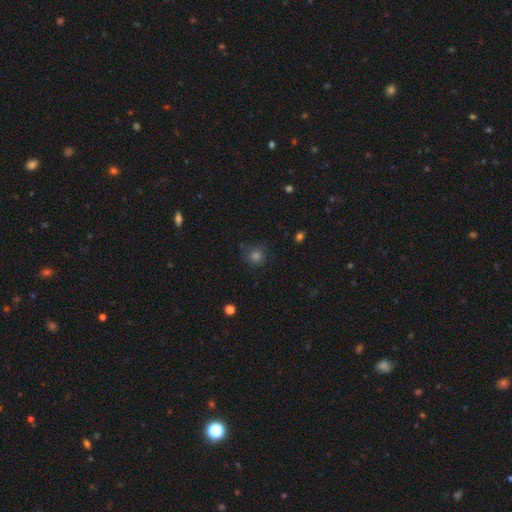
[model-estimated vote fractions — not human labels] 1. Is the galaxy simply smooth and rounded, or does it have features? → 72% smooth, 21% star or artifact, 7% featured or disk.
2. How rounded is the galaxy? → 90% round, 9% in between, 1% cigar-shaped.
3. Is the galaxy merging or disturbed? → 81% none, 13% minor disturbance, 4% major disturbance, 2% merger.